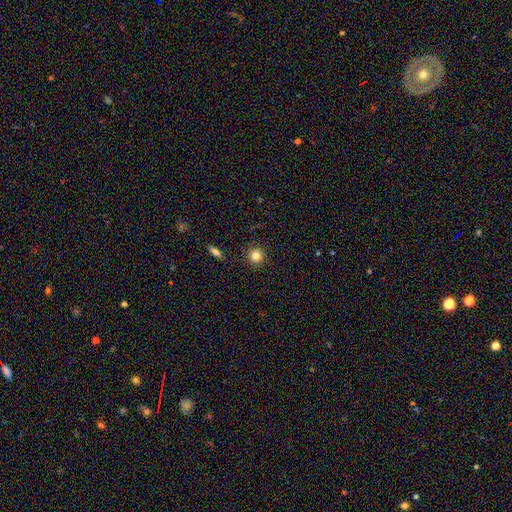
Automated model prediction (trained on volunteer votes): This appears to be a smooth galaxy with no disk features (82%) that is round (94%). Merging: none (91%).